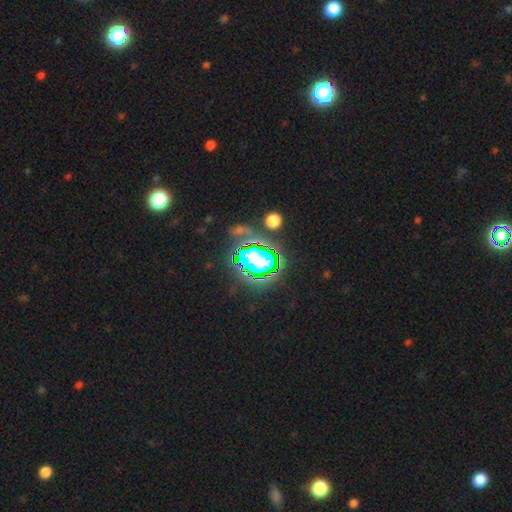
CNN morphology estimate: Smooth or featured: star or artifact — 75% (smooth — 14%)